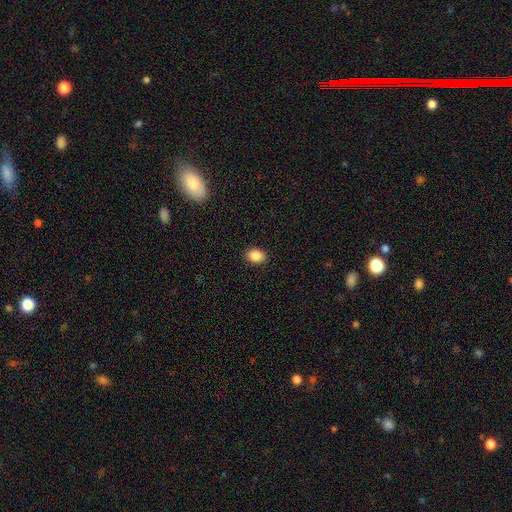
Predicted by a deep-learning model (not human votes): Smooth or featured? smooth (88%)
How rounded? in between (70%)
Merging? none (89%)